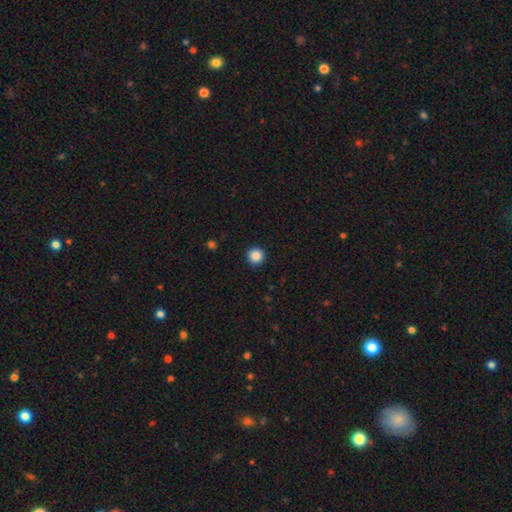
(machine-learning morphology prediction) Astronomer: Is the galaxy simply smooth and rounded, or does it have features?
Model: smooth — 87%.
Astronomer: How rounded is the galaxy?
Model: round — 96%.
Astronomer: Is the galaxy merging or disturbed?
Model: none — 93%.